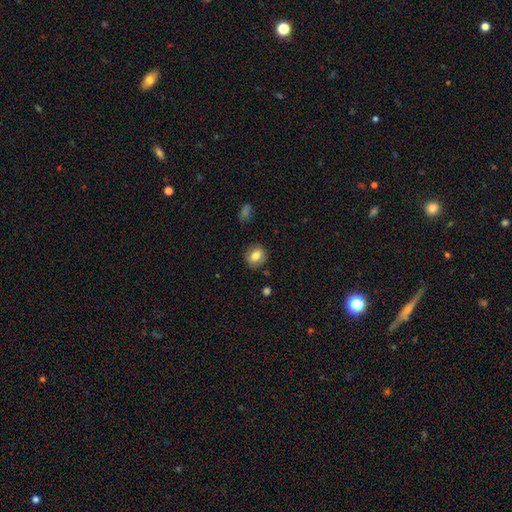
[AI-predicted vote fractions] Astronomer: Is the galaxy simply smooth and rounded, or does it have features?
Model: smooth — 77%.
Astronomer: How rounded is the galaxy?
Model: round — 65%.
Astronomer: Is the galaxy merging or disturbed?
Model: none — 86%.